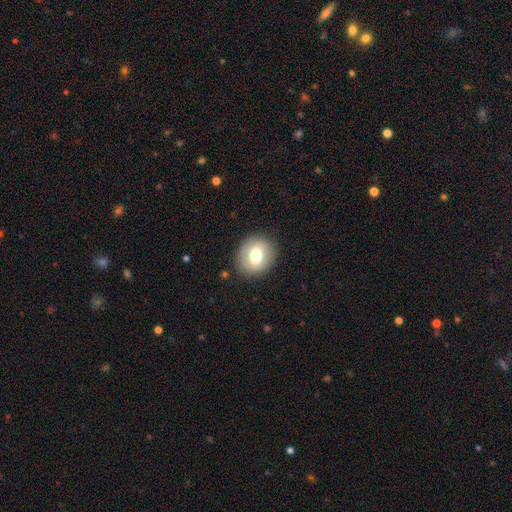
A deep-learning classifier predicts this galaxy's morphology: smooth 67%, featured or disk 25%, star or artifact 8%. Down the decision tree: how rounded — round (74%); merging — none (87%).